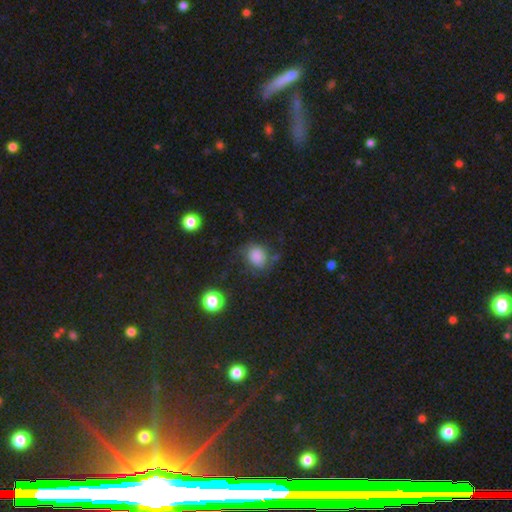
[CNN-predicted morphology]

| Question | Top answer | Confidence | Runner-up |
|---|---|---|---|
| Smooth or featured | smooth | 78% | star or artifact (11%) |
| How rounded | round | 63% | in between (35%) |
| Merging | none | 61% | minor disturbance (23%) |